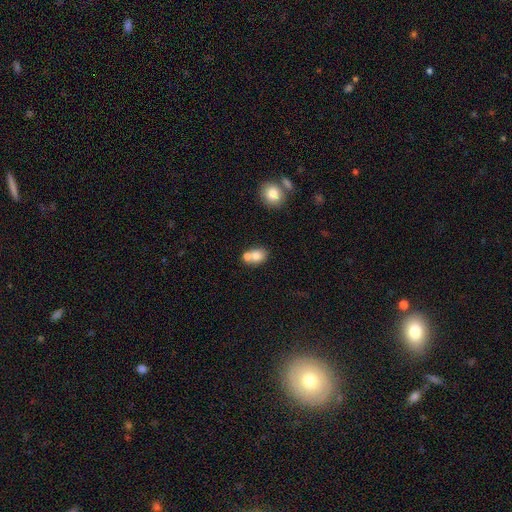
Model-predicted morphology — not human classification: A smooth galaxy with no disk features (76%) that is in between round and cigar-shaped (52%).

Vote fractions:
- Smooth or featured? smooth: 76% / featured or disk: 15% / star or artifact: 9%
- How rounded? in between: 52% / round: 46% / cigar-shaped: 1%
- Merging? merger: 46% / none: 41% / minor disturbance: 10% / major disturbance: 3%